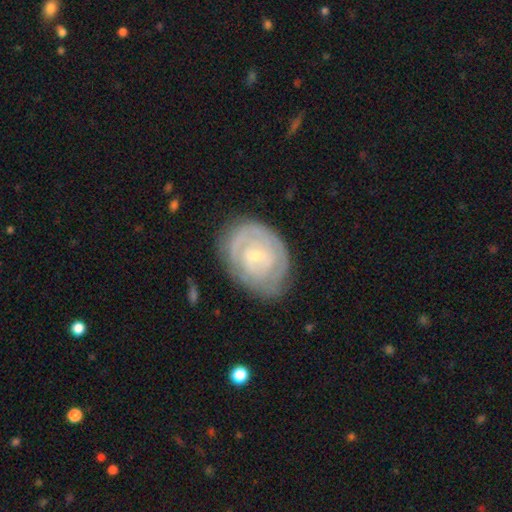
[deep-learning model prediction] Q: Smooth or featured?
A: featured or disk (76%); runner-up: smooth (18%)
Q: Edge-on disk?
A: no (97%); runner-up: yes (3%)
Q: Bar?
A: weak (51%); runner-up: no (37%)
Q: Spiral arms?
A: yes (86%); runner-up: no (14%)
Q: Spiral winding?
A: tight (72%); runner-up: medium (21%)
Q: Spiral arm count?
A: can't tell (44%); runner-up: 2 (32%)
Q: Bulge size?
A: small (69%); runner-up: moderate (26%)
Q: Merging?
A: none (72%); runner-up: minor disturbance (20%)